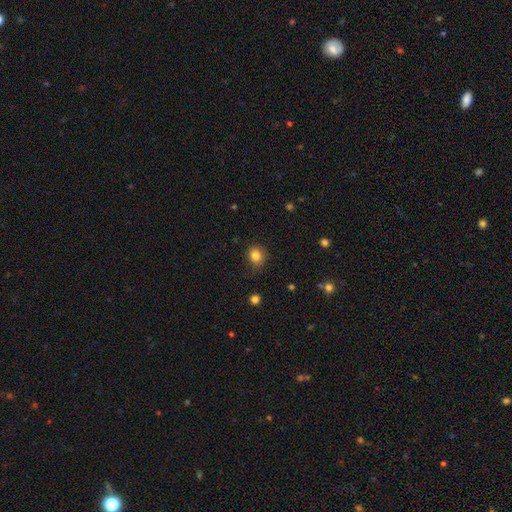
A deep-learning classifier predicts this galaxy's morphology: Overall: smooth (82%). How rounded: round (76%). Merging: none (81%).